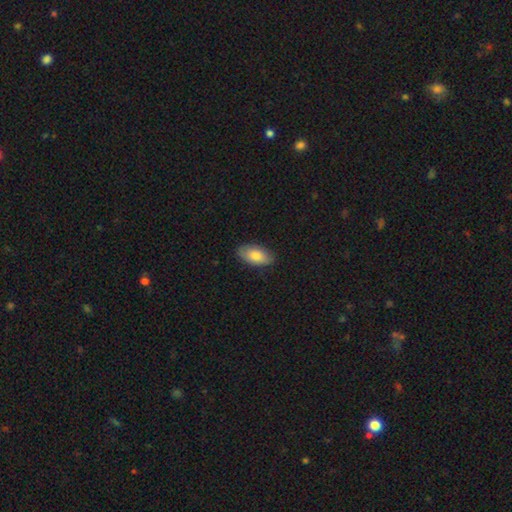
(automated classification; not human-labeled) A smooth galaxy with no disk features (80%) that is in between round and cigar-shaped (93%). Merging: none (85%).